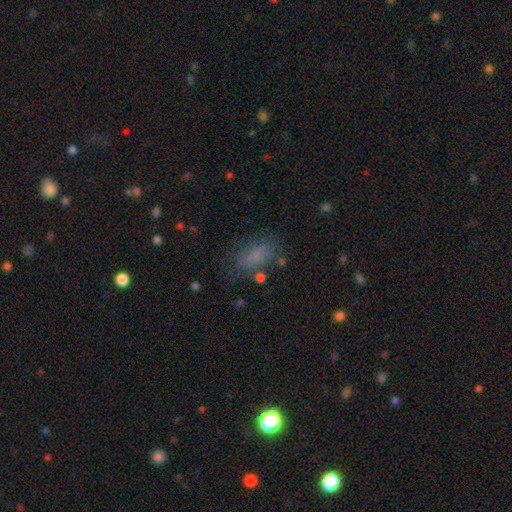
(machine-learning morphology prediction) smooth-or-featured: smooth: 72% | star or artifact: 14% | featured or disk: 14%
  how-rounded: in between: 87% | round: 7% | cigar-shaped: 7%
  merging: none: 65% | minor disturbance: 20% | major disturbance: 11% | merger: 4%